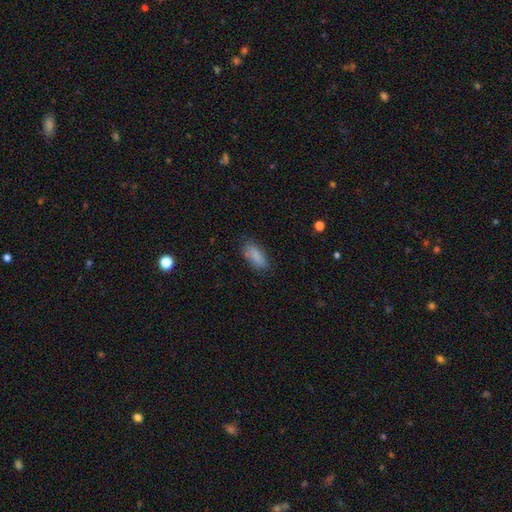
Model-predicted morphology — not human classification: smooth-or-featured: smooth: 85% | star or artifact: 8% | featured or disk: 7%
  how-rounded: in between: 84% | cigar-shaped: 13% | round: 3%
  merging: none: 76% | minor disturbance: 18% | major disturbance: 4% | merger: 2%